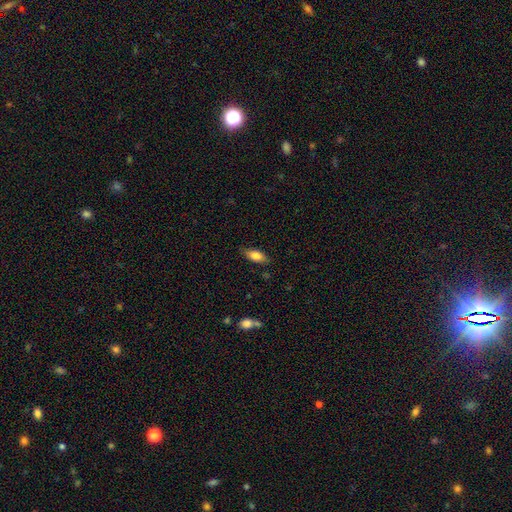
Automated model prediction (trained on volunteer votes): This is likely a smooth galaxy (79%). How rounded: clearly in between (84%). Merging: clearly none (83%).